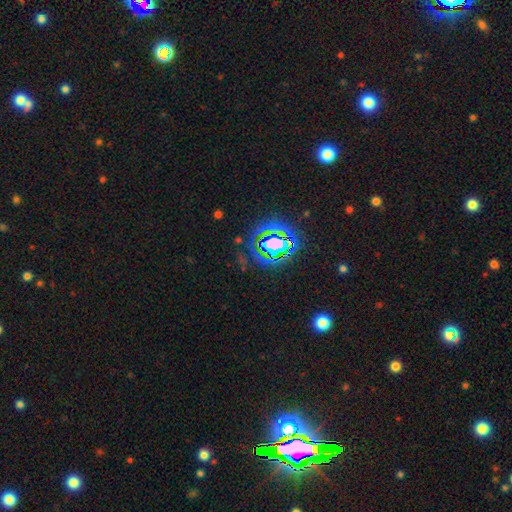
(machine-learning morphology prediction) A star or artifact, not a galaxy (80%).